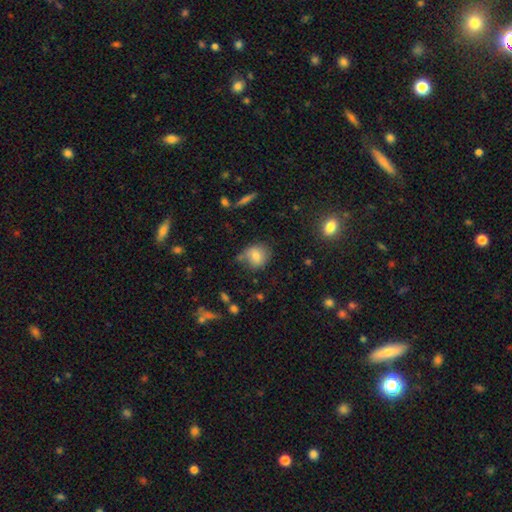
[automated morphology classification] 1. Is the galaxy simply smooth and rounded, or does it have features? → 75% smooth, 13% featured or disk, 11% star or artifact.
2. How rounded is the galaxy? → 76% round, 22% in between, 1% cigar-shaped.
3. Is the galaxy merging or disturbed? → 63% none, 22% minor disturbance, 8% merger, 7% major disturbance.